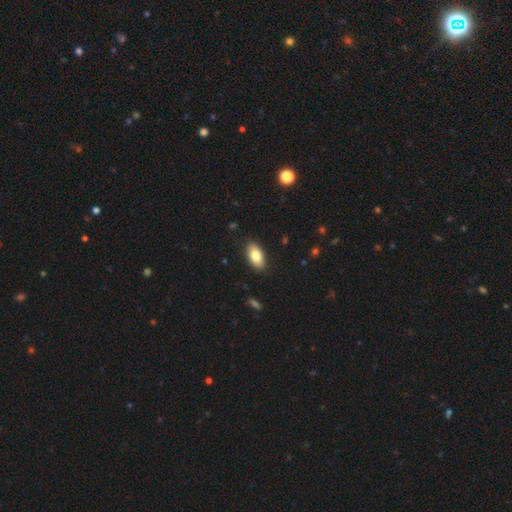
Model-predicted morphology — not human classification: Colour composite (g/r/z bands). It shows a smooth galaxy with no disk features (81%) that is in between round and cigar-shaped (93%). Merging: none (88%).